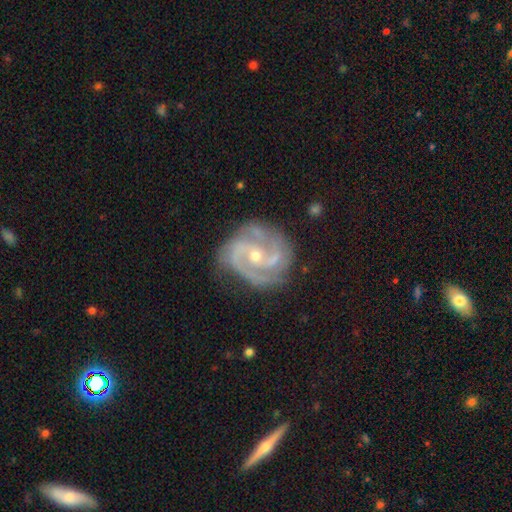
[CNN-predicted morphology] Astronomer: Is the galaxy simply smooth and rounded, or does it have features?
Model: featured or disk — 92%.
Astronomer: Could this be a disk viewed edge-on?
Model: no — 98%.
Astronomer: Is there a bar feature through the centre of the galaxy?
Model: no — 48% (runner-up: weak, 36%).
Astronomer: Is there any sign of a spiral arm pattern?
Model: yes — 98%.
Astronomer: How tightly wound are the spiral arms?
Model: medium — 52% (runner-up: tight, 41%).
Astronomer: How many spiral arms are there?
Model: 2 — 57%.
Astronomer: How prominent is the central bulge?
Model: small — 59% (runner-up: moderate, 38%).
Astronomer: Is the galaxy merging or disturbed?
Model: none — 74%.